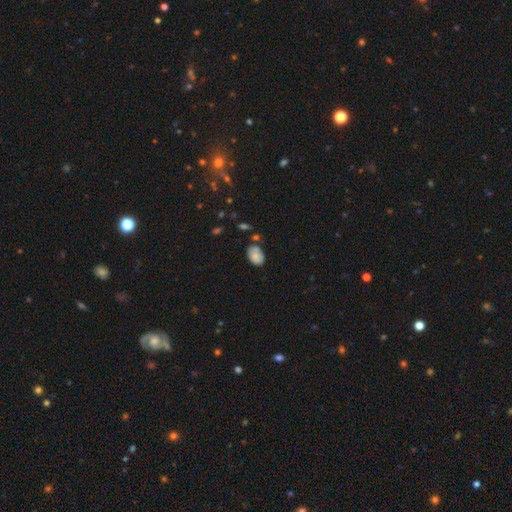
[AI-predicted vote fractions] Smooth or featured?
  - smooth: 78% *
  - featured or disk: 13%
  - star or artifact: 9%
How rounded?
  - in between: 88% *
  - round: 11%
  - cigar-shaped: 1%
Merging?
  - none: 56% *
  - minor disturbance: 26%
  - merger: 11%
  - major disturbance: 6%